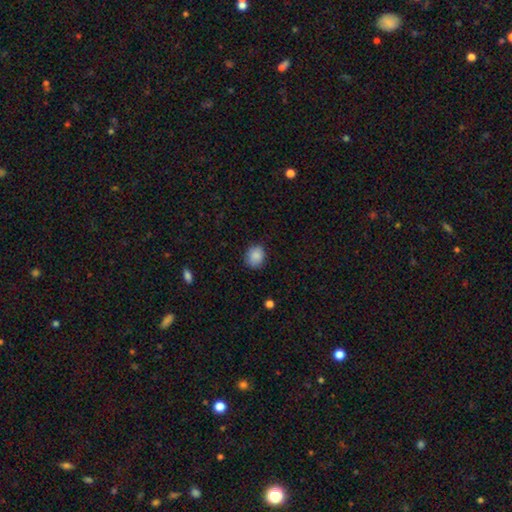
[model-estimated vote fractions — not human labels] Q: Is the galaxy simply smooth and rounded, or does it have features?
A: smooth — 88%.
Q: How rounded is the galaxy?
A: round — 66%.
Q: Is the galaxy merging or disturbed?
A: none — 84%.